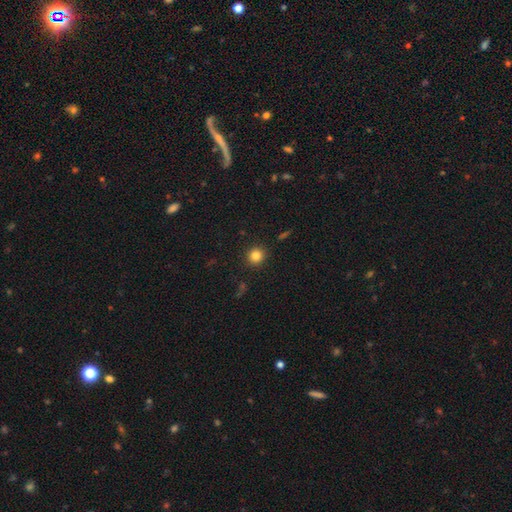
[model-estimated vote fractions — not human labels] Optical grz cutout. It shows a smooth galaxy with no disk features (83%) that is round (91%). Merging: none (91%).